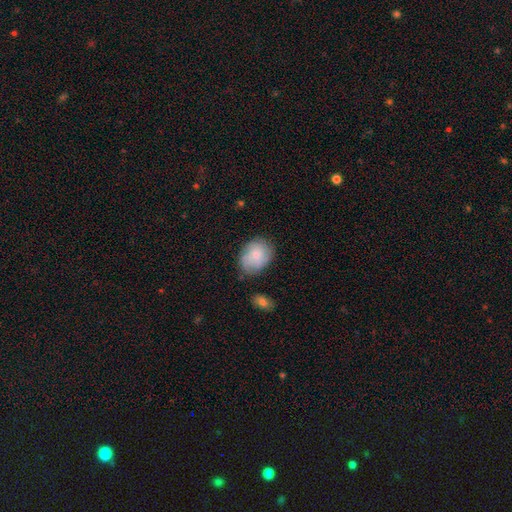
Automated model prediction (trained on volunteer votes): The model was most divided on "how rounded": in between: 58%, round: 41%, cigar-shaped: 1%. More confident: merging — none (69%); smooth or featured — smooth (67%).